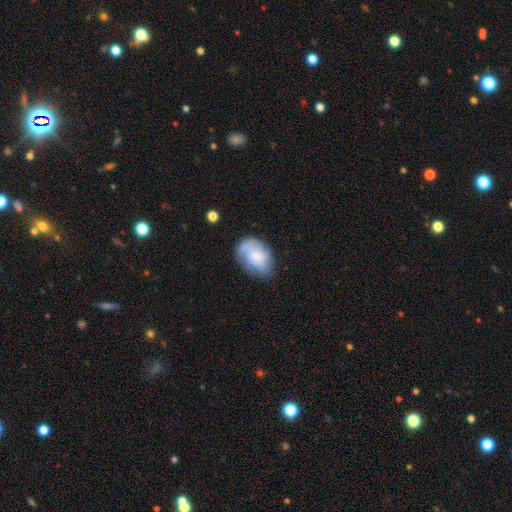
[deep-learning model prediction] This appears to be a smooth galaxy with no disk features (47%). Merging: none (60%).